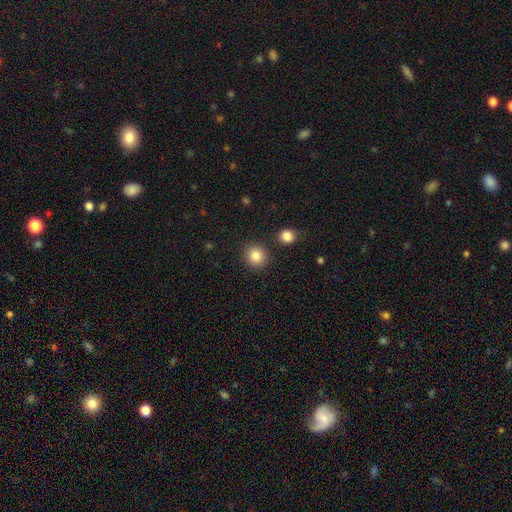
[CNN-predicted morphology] smooth 86%, star or artifact 9%, featured or disk 5%. Down the decision tree: how rounded — round (87%); merging — none (87%).